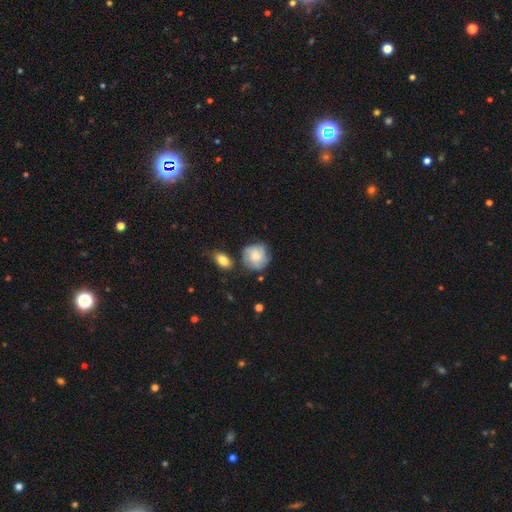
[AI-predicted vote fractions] Smooth or featured? smooth (54%)
How rounded? round (86%)
Merging? none (68%)